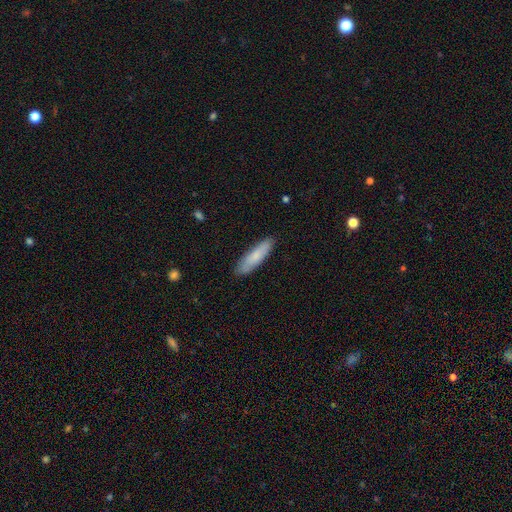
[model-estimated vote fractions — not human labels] Q: Smooth or featured?
A: smooth (78%); runner-up: featured or disk (17%)
Q: How rounded?
A: cigar-shaped (72%); runner-up: in between (27%)
Q: Merging?
A: none (87%); runner-up: minor disturbance (10%)